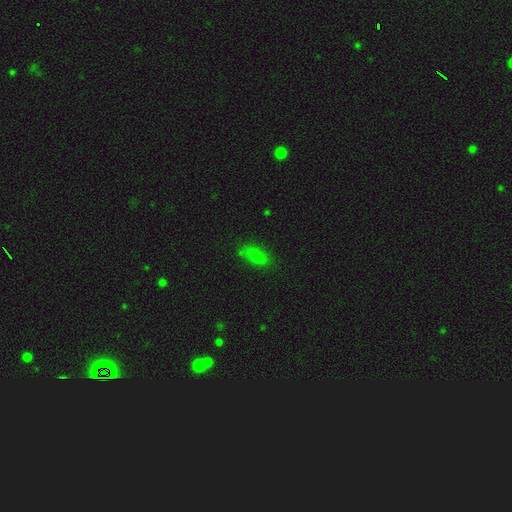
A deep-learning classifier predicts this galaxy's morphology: Overall: smooth (78%). How rounded: in between (84%). Merging: none (72%).